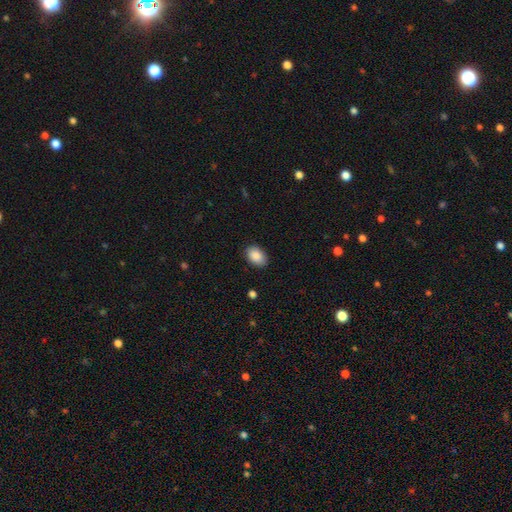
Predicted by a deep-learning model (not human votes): This is clearly a smooth galaxy (89%). How rounded: clearly in between (87%). Merging: clearly none (87%).